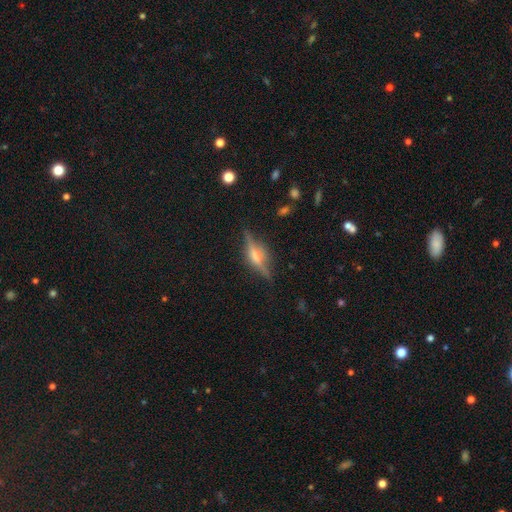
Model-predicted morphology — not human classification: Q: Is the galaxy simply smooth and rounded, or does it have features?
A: featured or disk — 76%.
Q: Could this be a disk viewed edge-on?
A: yes — 96%.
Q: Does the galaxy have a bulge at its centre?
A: rounded — 83%.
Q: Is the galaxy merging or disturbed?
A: none — 84%.